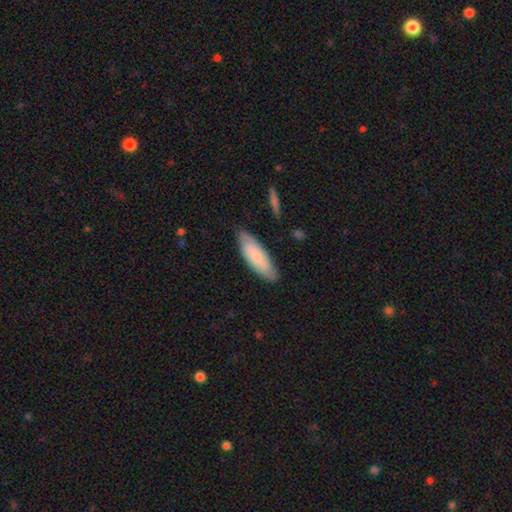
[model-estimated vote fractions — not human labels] Overall: smooth (67%). How rounded: in between (58%; cigar-shaped 41%). Merging: none (82%).